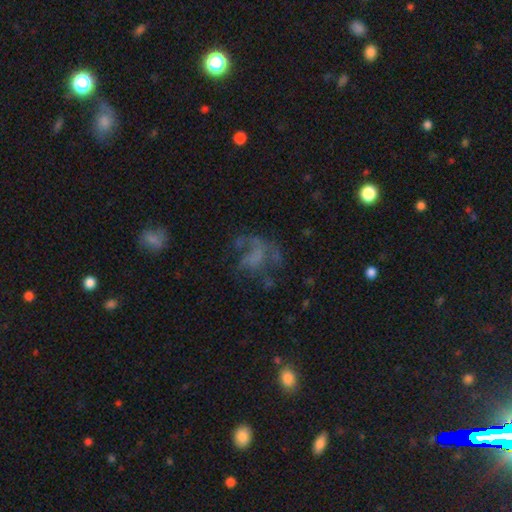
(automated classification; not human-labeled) Smooth or featured?
  - featured or disk: 52% *
  - smooth: 28%
  - star or artifact: 21%
Edge-on disk?
  - no: 98% *
  - yes: 2%
Bar?
  - no: 82% *
  - weak: 14%
  - strong: 4%
Spiral arms?
  - no: 60% *
  - yes: 40%
Bulge size?
  - none: 75% *
  - small: 12%
  - moderate: 8%
  - large: 3%
  - dominant: 2%
Merging?
  - major disturbance: 45% *
  - none: 34%
  - minor disturbance: 15%
  - merger: 6%